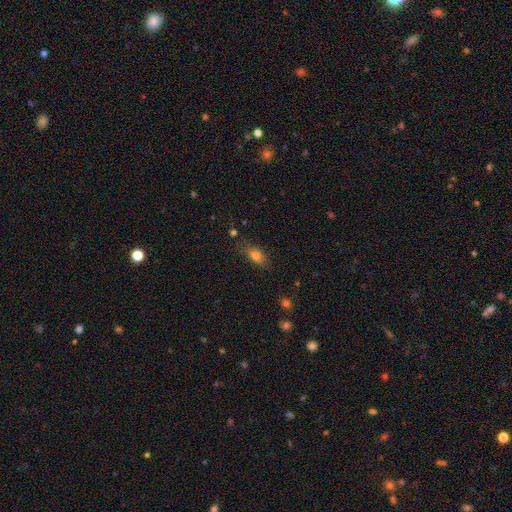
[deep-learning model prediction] A smooth galaxy with no disk features (77%) that is in between round and cigar-shaped (79%). Merging: none (73%).